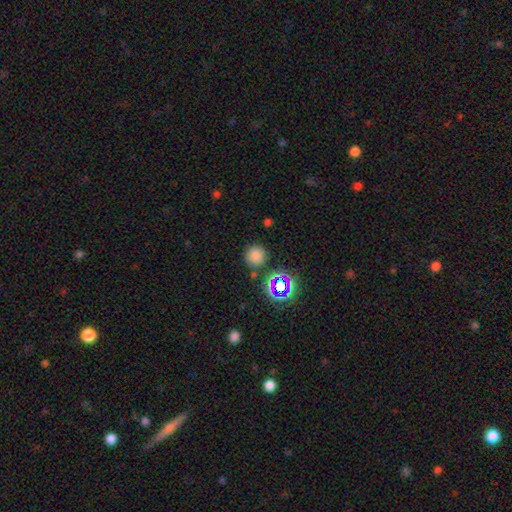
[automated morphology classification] smooth-or-featured: smooth: 74% | star or artifact: 20% | featured or disk: 6%
  how-rounded: round: 93% | in between: 6% | cigar-shaped: 1%
  merging: none: 83% | minor disturbance: 9% | merger: 5% | major disturbance: 3%